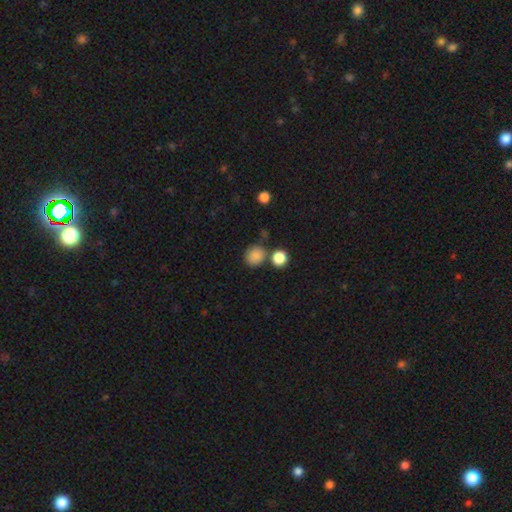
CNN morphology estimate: This is clearly a smooth galaxy (85%). How rounded: likely round (79%). Merging: likely none (70%).